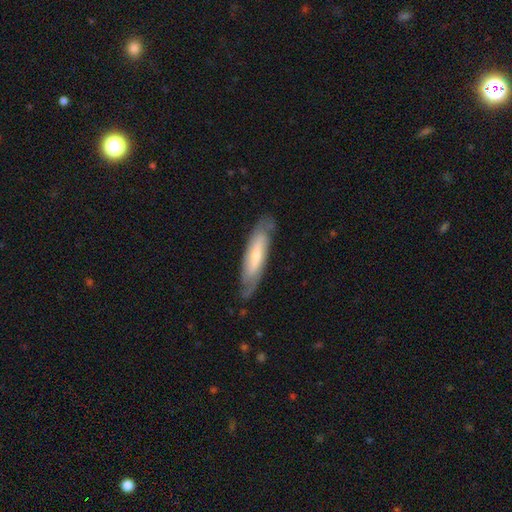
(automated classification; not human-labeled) smooth-or-featured: featured or disk: 57% | smooth: 38% | star or artifact: 5%
  disk-edge-on: no: 63% | yes: 37%
  merging: none: 74% | minor disturbance: 19% | major disturbance: 5% | merger: 1%